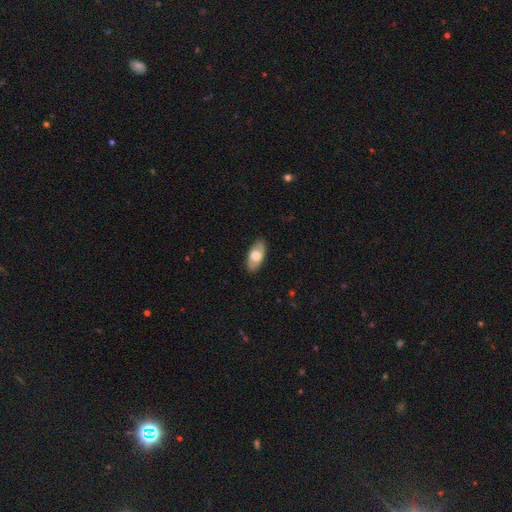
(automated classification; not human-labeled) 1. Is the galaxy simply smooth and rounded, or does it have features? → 62% smooth, 32% featured or disk, 6% star or artifact.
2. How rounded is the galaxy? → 91% in between, 5% cigar-shaped, 3% round.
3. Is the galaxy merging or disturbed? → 86% none, 11% minor disturbance, 2% major disturbance, 1% merger.